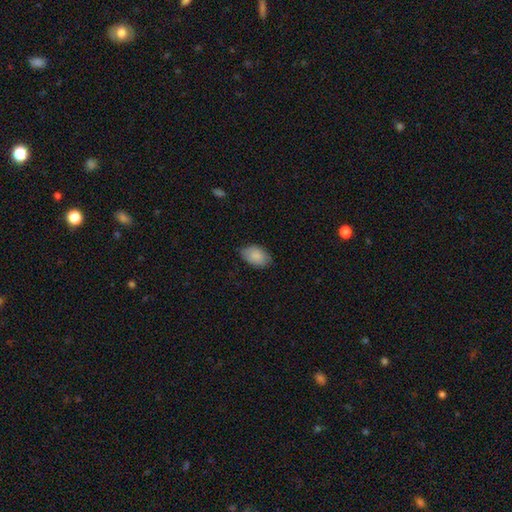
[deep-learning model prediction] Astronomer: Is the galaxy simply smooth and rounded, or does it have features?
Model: smooth — 87%.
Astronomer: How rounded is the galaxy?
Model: in between — 89%.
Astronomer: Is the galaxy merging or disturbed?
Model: none — 75%.